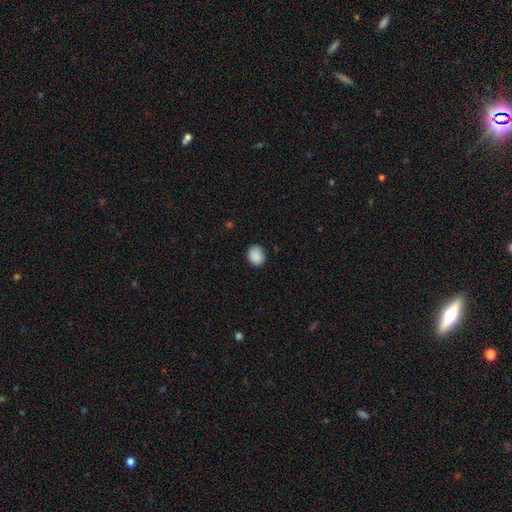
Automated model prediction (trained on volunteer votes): Smooth or featured?
  - smooth: 89% *
  - star or artifact: 8%
  - featured or disk: 3%
How rounded?
  - round: 52% *
  - in between: 47%
  - cigar-shaped: 1%
Merging?
  - none: 86% *
  - minor disturbance: 11%
  - major disturbance: 2%
  - merger: 1%